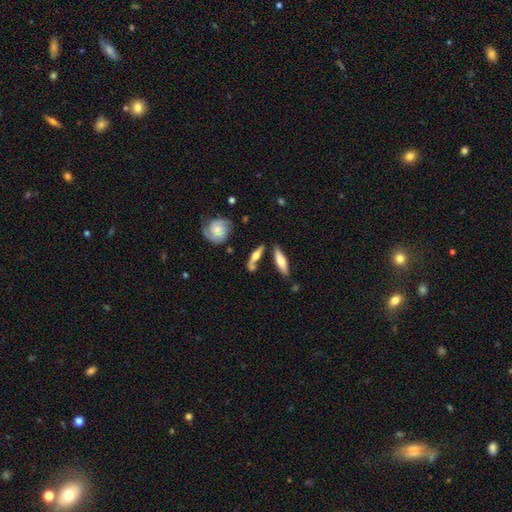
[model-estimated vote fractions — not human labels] This is possibly a featured or disk galaxy (53%). It is likely viewed edge-on (74%). Merging: likely none (65%).